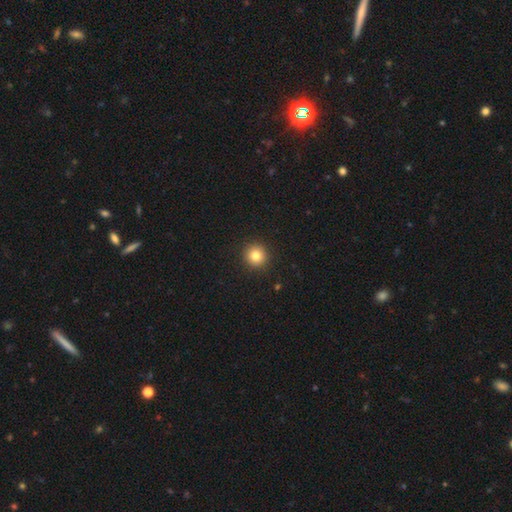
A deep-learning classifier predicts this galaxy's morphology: smooth-or-featured: smooth: 82% | star or artifact: 11% | featured or disk: 7%
  how-rounded: round: 95% | in between: 4% | cigar-shaped: 1%
  merging: none: 93% | minor disturbance: 5% | major disturbance: 2% | merger: 1%